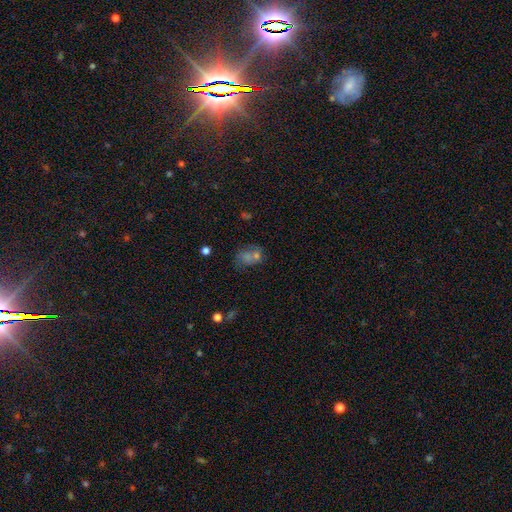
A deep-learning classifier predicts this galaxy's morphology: The model was most divided on "merging": none: 37%, merger: 30%, minor disturbance: 18%, major disturbance: 15%. More confident: how rounded — in between (62%); smooth or featured — smooth (54%).